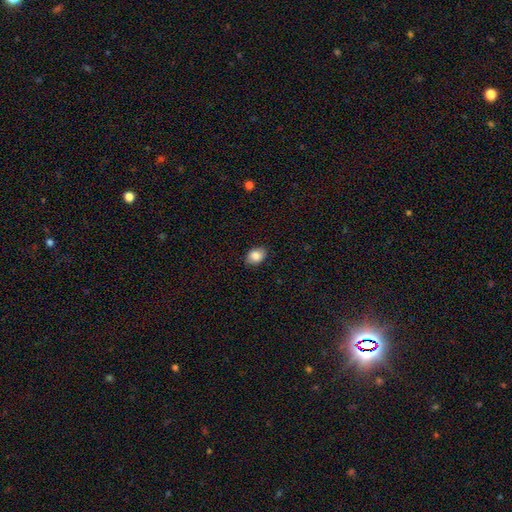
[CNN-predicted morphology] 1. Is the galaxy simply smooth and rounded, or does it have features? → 86% smooth, 8% star or artifact, 6% featured or disk.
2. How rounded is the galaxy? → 72% in between, 27% round, 1% cigar-shaped.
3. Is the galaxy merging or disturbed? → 87% none, 10% minor disturbance, 2% major disturbance, 1% merger.